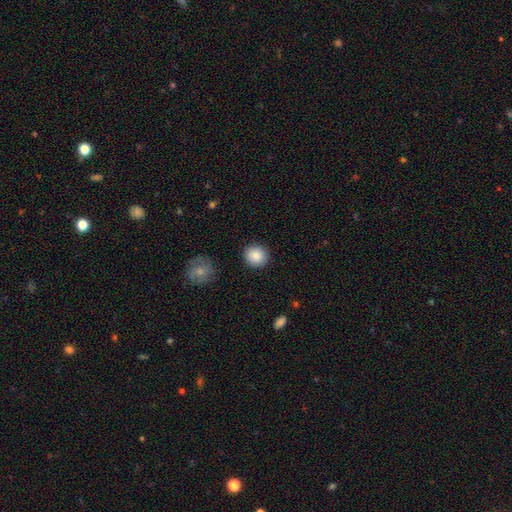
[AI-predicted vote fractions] Overall: smooth (87%). How rounded: round (89%). Merging: none (89%).